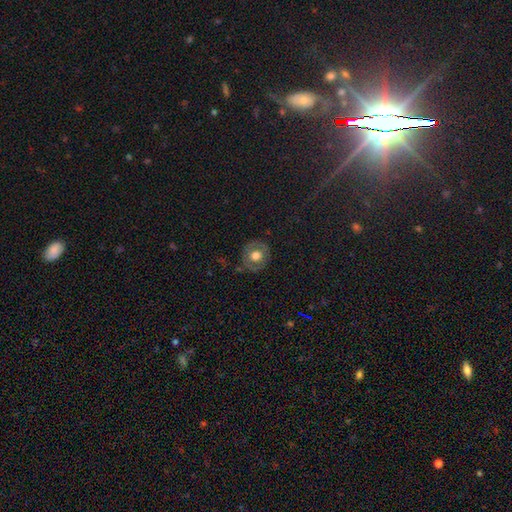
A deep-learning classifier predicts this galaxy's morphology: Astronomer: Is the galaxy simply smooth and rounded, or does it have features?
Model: smooth — 54% (runner-up: featured or disk, 38%).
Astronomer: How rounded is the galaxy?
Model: round — 81%.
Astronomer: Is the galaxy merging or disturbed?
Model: none — 79%.